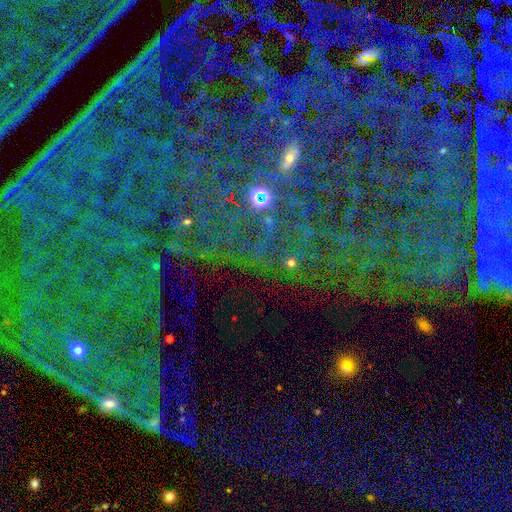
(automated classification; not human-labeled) Smooth or featured: star or artifact — 84% (featured or disk — 8%)